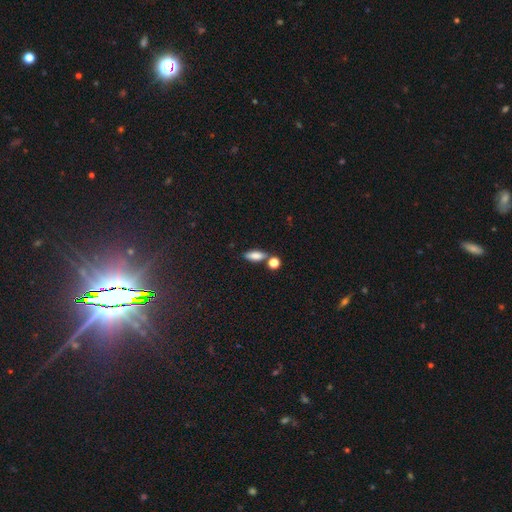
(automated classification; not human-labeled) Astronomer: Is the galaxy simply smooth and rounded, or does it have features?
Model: smooth — 83%.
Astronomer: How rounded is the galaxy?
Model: in between — 70%.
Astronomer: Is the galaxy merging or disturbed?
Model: none — 66%.